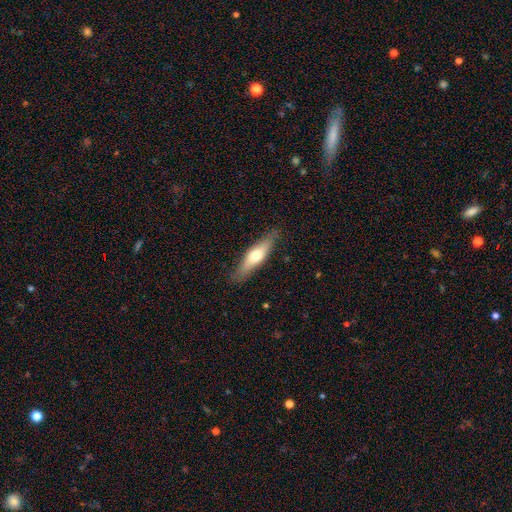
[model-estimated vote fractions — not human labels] A smooth galaxy with no disk features (54%) that is cigar-shaped (68%). Merging: none (85%).